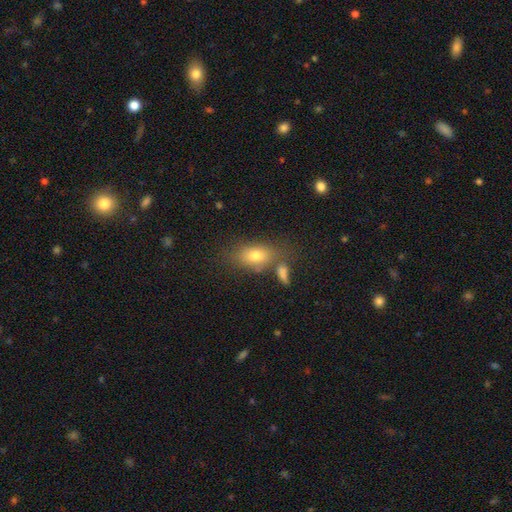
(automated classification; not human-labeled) smooth-or-featured: smooth: 74% | featured or disk: 15% | star or artifact: 11%
  how-rounded: in between: 82% | round: 14% | cigar-shaped: 4%
  merging: none: 61% | merger: 17% | minor disturbance: 15% | major disturbance: 6%